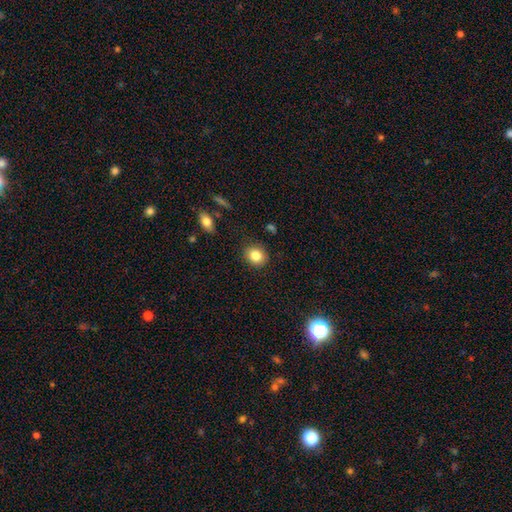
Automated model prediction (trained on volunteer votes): Overall: smooth (85%). How rounded: round (72%). Merging: none (87%).